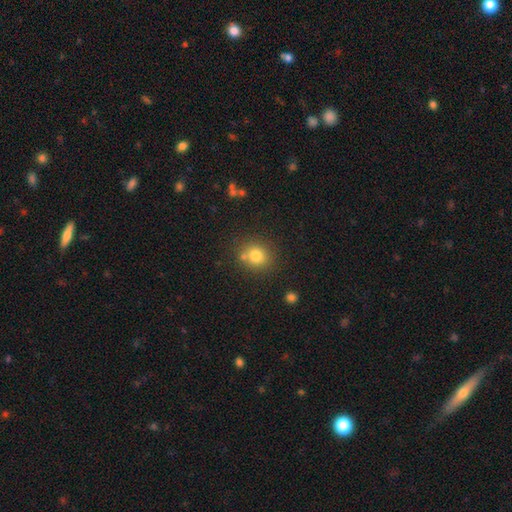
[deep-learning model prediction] Smooth or featured? smooth (79%)
How rounded? round (80%)
Merging? none (72%)